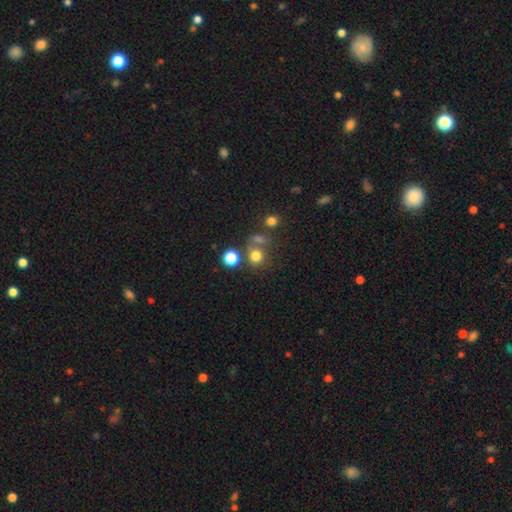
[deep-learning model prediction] A smooth galaxy with no disk features (73%) that is round (86%). Merging: none (61%).